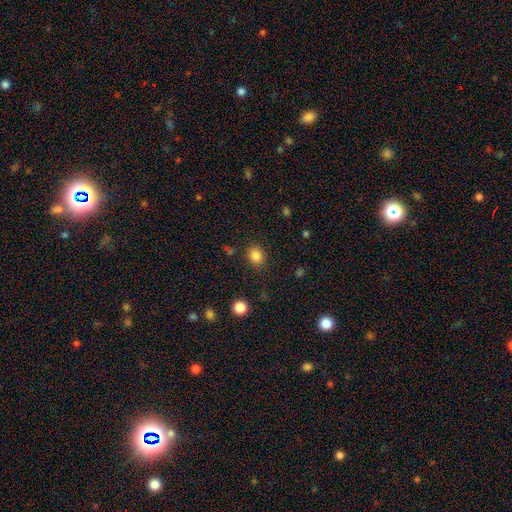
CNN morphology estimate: Smooth or featured?
  - smooth: 84% *
  - star or artifact: 11%
  - featured or disk: 5%
How rounded?
  - round: 68% *
  - in between: 31%
  - cigar-shaped: 1%
Merging?
  - none: 85% *
  - minor disturbance: 10%
  - major disturbance: 3%
  - merger: 2%